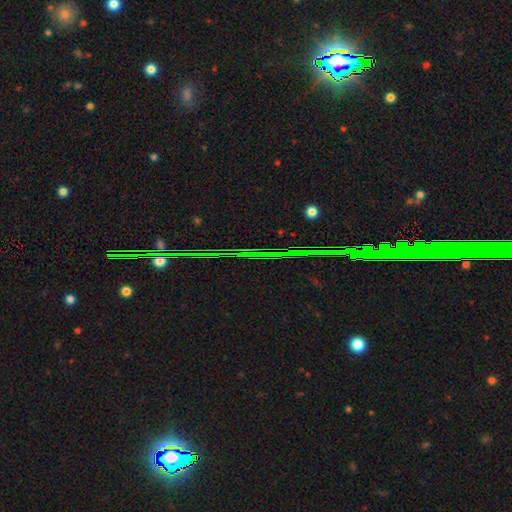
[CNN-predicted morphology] This appears to be a star or artifact, not a galaxy (84%).